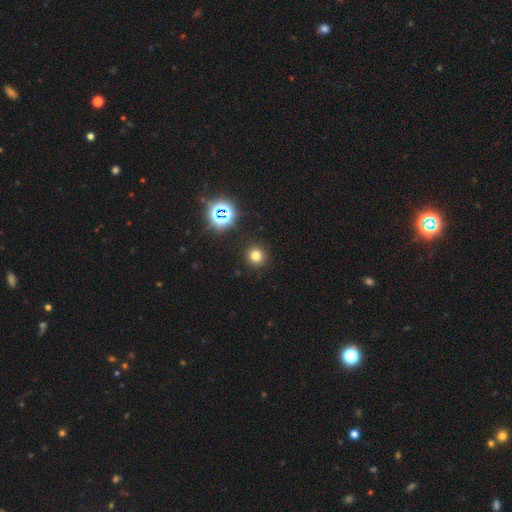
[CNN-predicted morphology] This is likely a smooth galaxy (73%). How rounded: clearly round (92%). Merging: clearly none (91%).